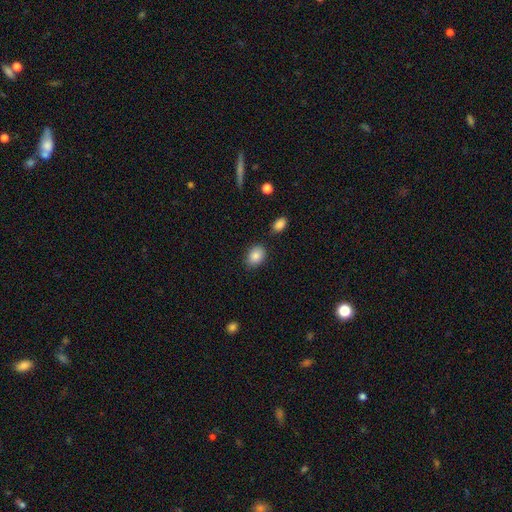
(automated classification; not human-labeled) Smooth or featured? Predicted: smooth (p=0.87). How rounded? Predicted: in between (p=0.72). Merging? Predicted: none (p=0.81).